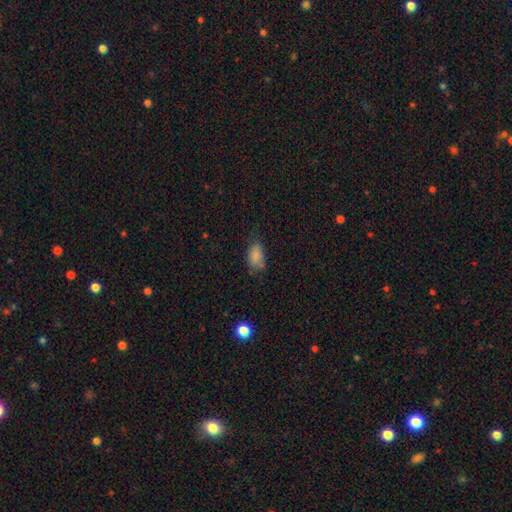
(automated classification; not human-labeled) Smooth or featured: smooth — 84% (star or artifact — 9%)
How rounded: in between — 89% (round — 9%)
Merging: none — 62% (minor disturbance — 27%)